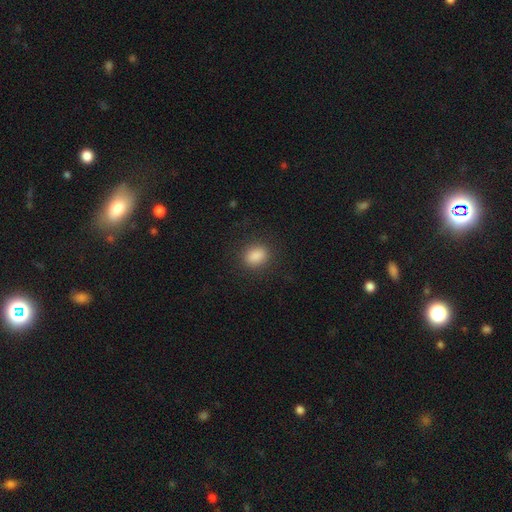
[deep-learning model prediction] A smooth galaxy with no disk features (87%) that is in between round and cigar-shaped (53%).

Vote fractions:
- Smooth or featured? smooth: 87% / star or artifact: 9% / featured or disk: 4%
- How rounded? in between: 53% / round: 45% / cigar-shaped: 1%
- Merging? none: 88% / minor disturbance: 8% / major disturbance: 3% / merger: 1%